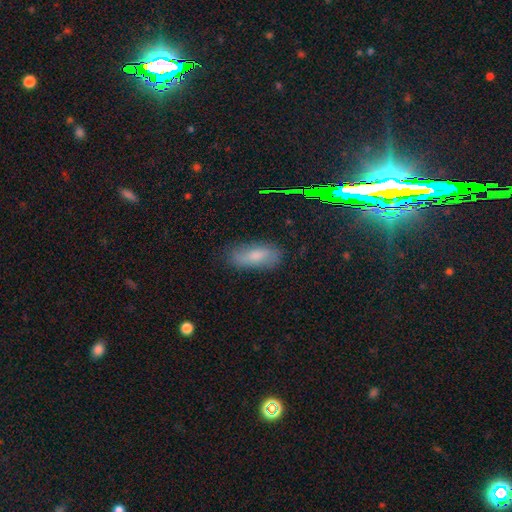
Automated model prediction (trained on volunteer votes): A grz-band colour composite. It shows a smooth galaxy with no disk features (71%) that is in between round and cigar-shaped (81%). Merging: none (76%).